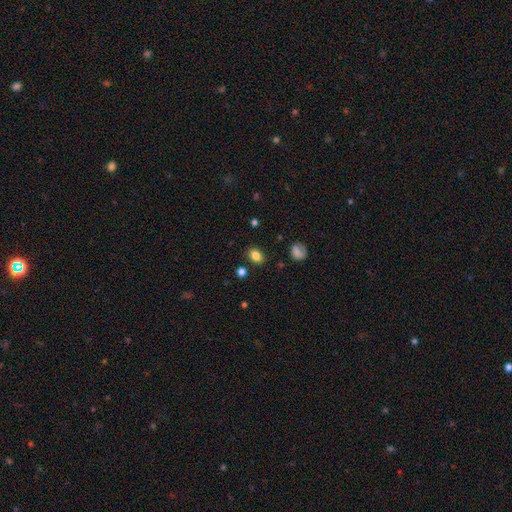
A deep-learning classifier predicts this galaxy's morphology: This is clearly a smooth galaxy (82%). How rounded: likely in between (69%). Merging: clearly none (85%).